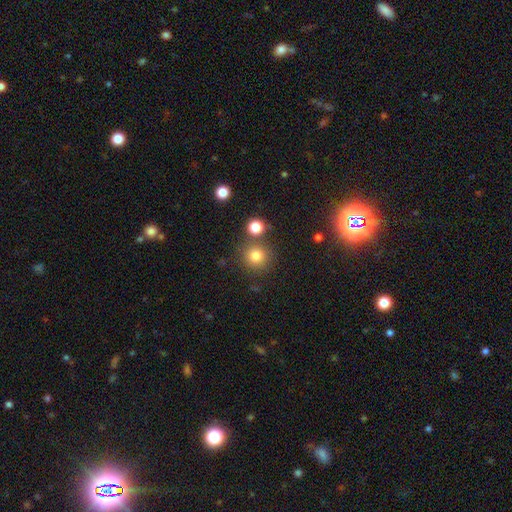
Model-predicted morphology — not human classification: A smooth galaxy with no disk features (79%) that is round (93%). Merging: none (79%).